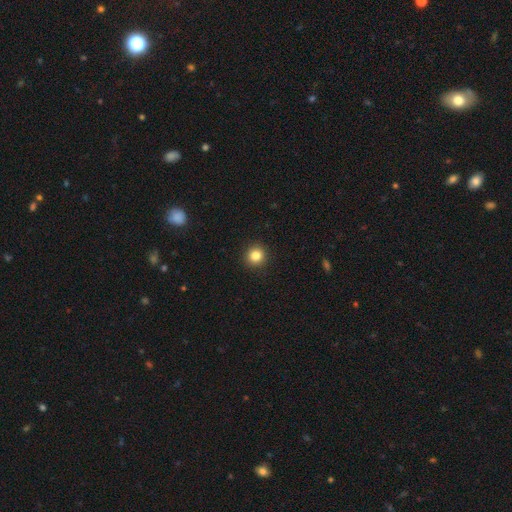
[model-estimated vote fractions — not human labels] This appears to be a smooth galaxy with no disk features (84%) that is round (93%). Merging: none (92%).